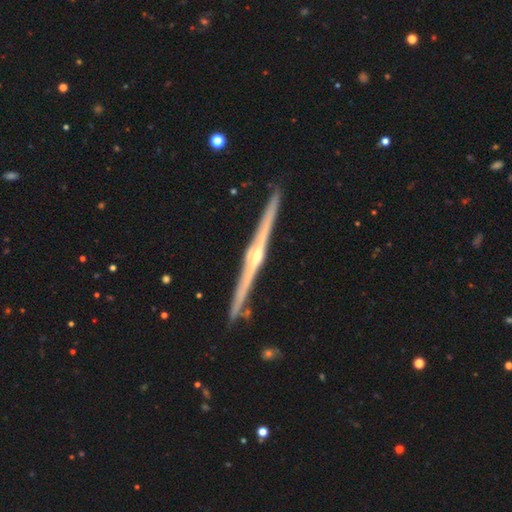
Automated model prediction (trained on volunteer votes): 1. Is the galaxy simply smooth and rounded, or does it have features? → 88% featured or disk, 7% smooth, 4% star or artifact.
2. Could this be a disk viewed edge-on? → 99% yes, 1% no.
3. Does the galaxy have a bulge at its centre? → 79% rounded, 13% none, 8% boxy.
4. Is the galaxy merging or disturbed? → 91% none, 6% minor disturbance, 2% merger, 1% major disturbance.